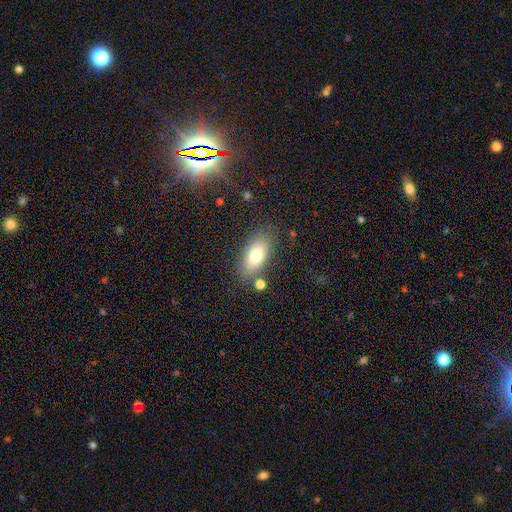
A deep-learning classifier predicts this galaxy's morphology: type=smooth (75%); roundness=in between (88%); merging=none (78%).